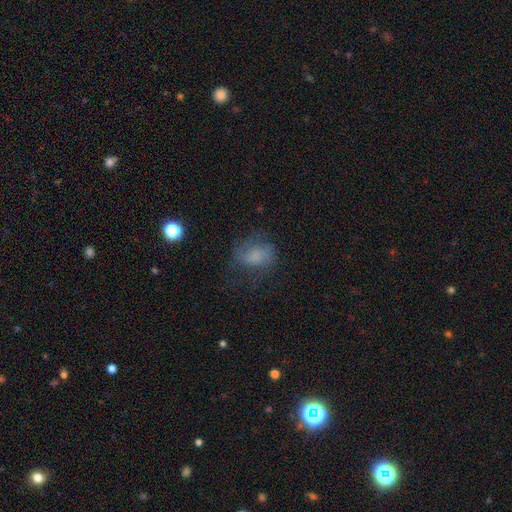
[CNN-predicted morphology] smooth_or_featured: smooth (p=0.53) [alt: featured or disk p=0.33]
how_rounded: in between (p=0.63) [alt: round p=0.36]
merging: none (p=0.51) [alt: major disturbance p=0.24]